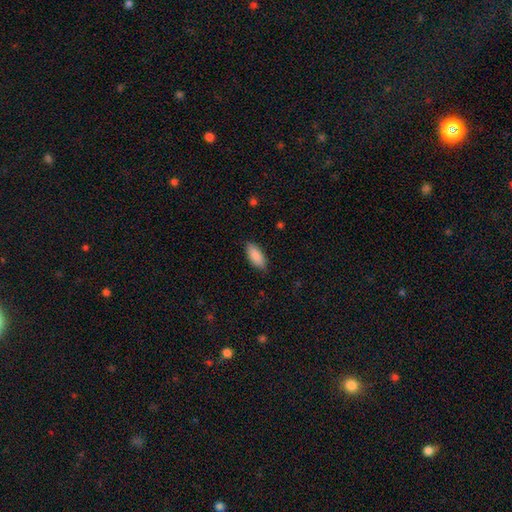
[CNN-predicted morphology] Smooth or featured: smooth — 88% (star or artifact — 6%)
How rounded: in between — 85% (cigar-shaped — 13%)
Merging: none — 84% (minor disturbance — 13%)